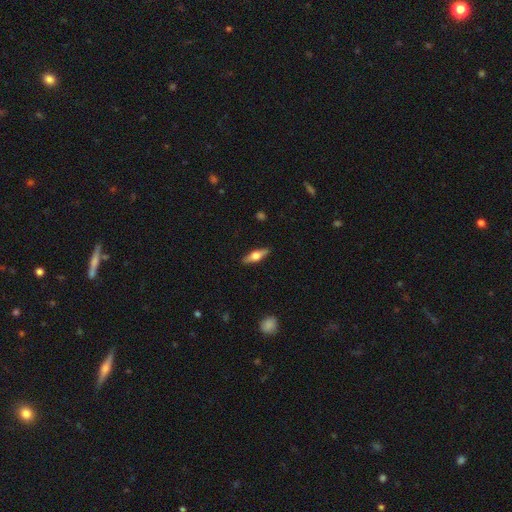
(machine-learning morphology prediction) type=featured or disk (54%); edge-on=yes (93%); edge-on bulge=rounded (94%); merging=none (89%).